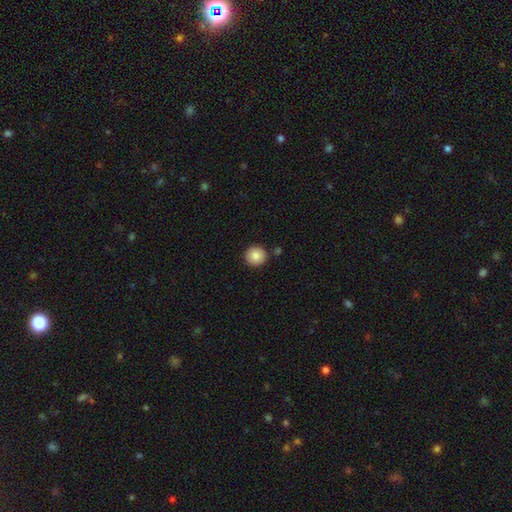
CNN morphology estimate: smooth_or_featured: smooth (p=0.86) [alt: star or artifact p=0.08]
how_rounded: round (p=0.95) [alt: in between p=0.04]
merging: none (p=0.90) [alt: minor disturbance p=0.06]